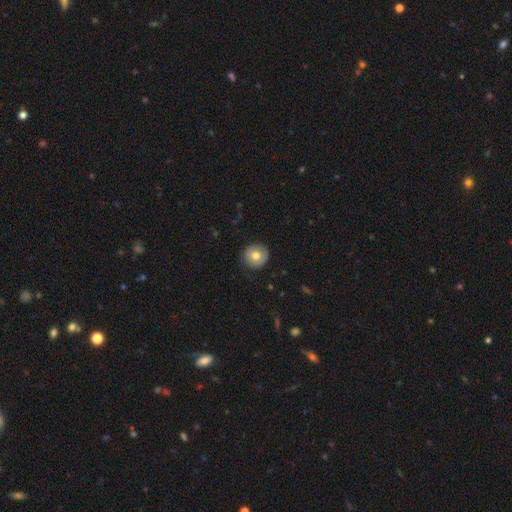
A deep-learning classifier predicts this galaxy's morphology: Smooth or featured?
  - smooth: 71% *
  - featured or disk: 20%
  - star or artifact: 8%
How rounded?
  - round: 93% *
  - in between: 6%
  - cigar-shaped: 1%
Merging?
  - none: 88% *
  - minor disturbance: 9%
  - major disturbance: 2%
  - merger: 1%